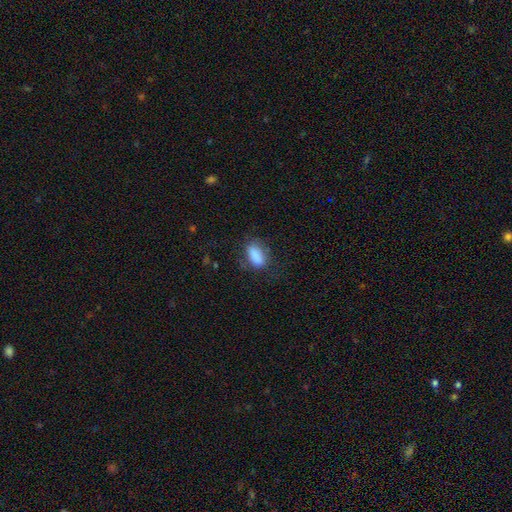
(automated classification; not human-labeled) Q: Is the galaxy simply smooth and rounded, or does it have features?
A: smooth — 86%.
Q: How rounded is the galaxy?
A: in between — 87%.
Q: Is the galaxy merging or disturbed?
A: none — 68%.